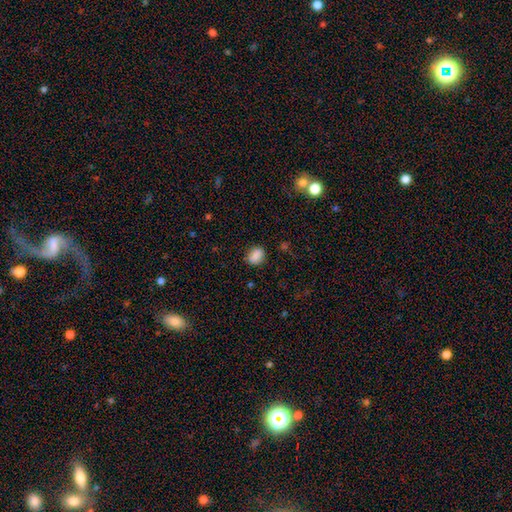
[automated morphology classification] Smooth or featured? smooth (86%)
How rounded? in between (59%)
Merging? none (81%)